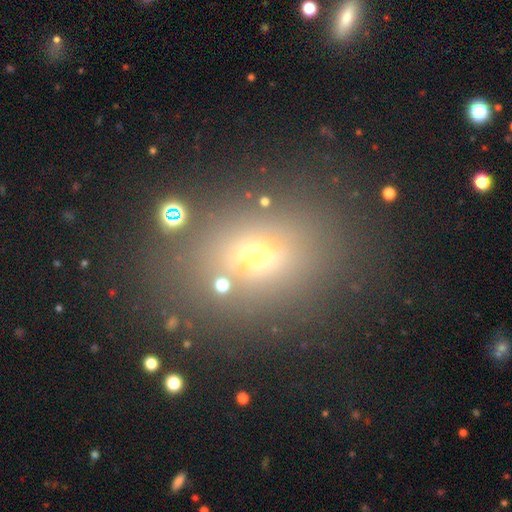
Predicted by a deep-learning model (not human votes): smooth_or_featured: smooth (p=0.59) [alt: star or artifact p=0.26]
how_rounded: in between (p=0.55) [alt: round p=0.42]
merging: none (p=0.76) [alt: minor disturbance p=0.11]